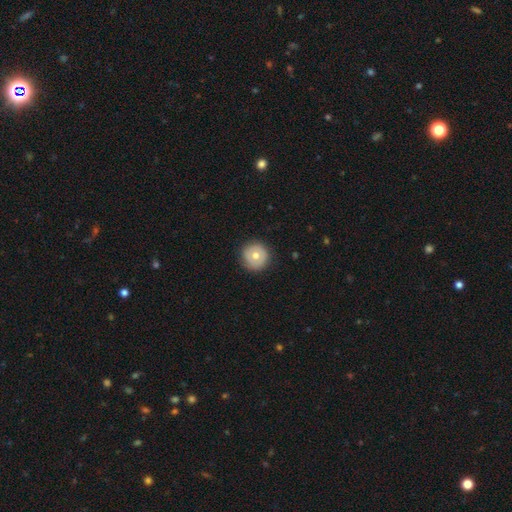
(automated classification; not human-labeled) Morphology: type=smooth (66%); roundness=round (96%); merging=none (89%).